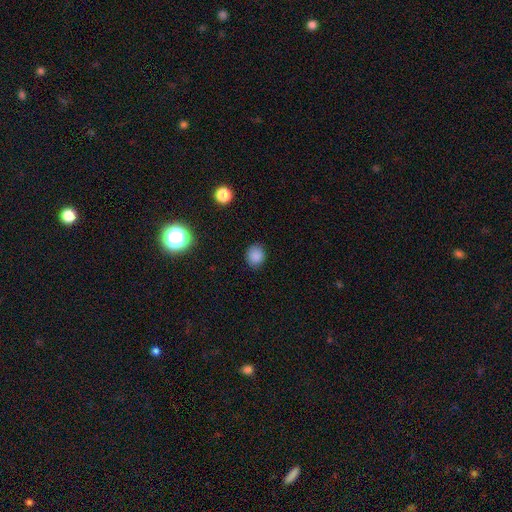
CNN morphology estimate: Smooth or featured? Predicted: smooth (p=0.85). How rounded? Predicted: round (p=0.75). Merging? Predicted: none (p=0.88).